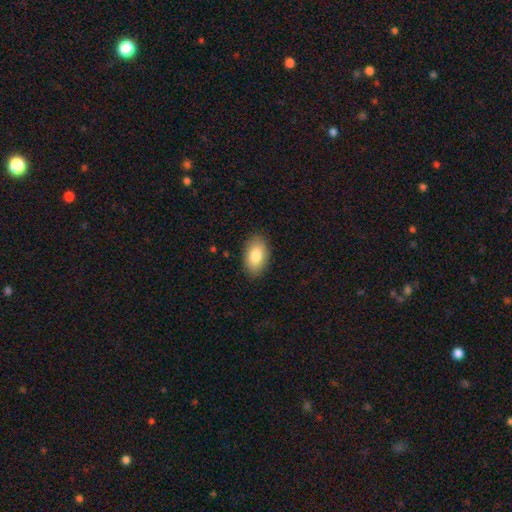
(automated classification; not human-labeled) The model was most divided on "smooth or featured": smooth: 84%, featured or disk: 10%, star or artifact: 7%. More confident: how rounded — in between (94%); merging — none (87%).